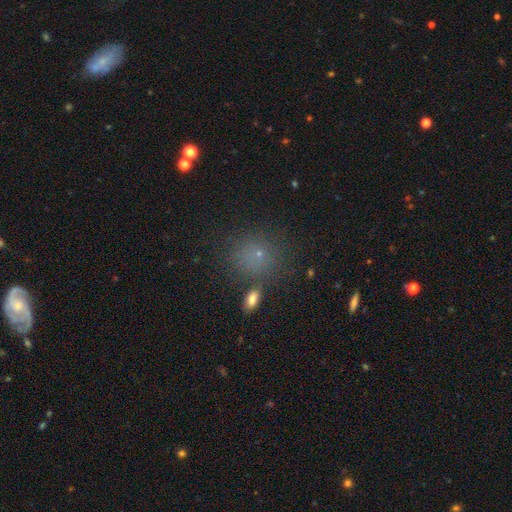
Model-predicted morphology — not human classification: smooth-or-featured: smooth: 63% | star or artifact: 27% | featured or disk: 10%
  how-rounded: round: 81% | in between: 17% | cigar-shaped: 1%
  merging: none: 75% | minor disturbance: 11% | merger: 9% | major disturbance: 5%